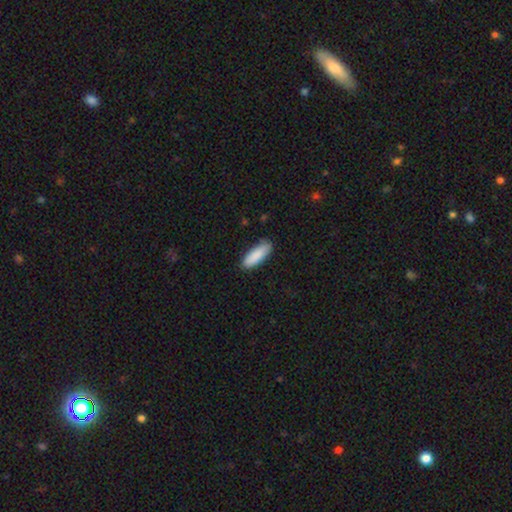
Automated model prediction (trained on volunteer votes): A smooth galaxy with no disk features (89%) that is in between round and cigar-shaped (61%).

Vote fractions:
- Smooth or featured? smooth: 89% / featured or disk: 6% / star or artifact: 5%
- How rounded? in between: 61% / cigar-shaped: 38% / round: 1%
- Merging? none: 82% / minor disturbance: 15% / major disturbance: 2% / merger: 1%